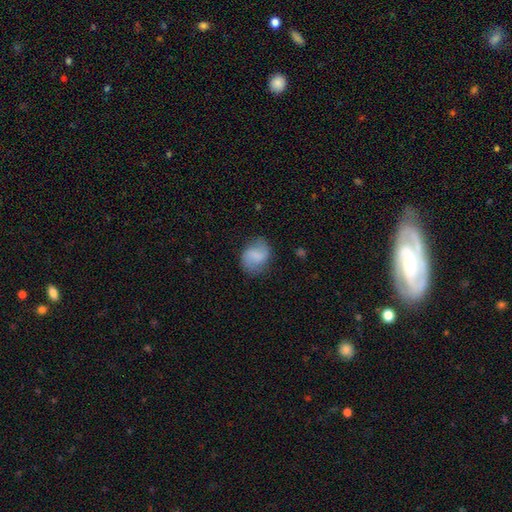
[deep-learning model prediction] Smooth or featured: smooth — 48% (featured or disk — 44%)
Merging: none — 74% (minor disturbance — 18%)